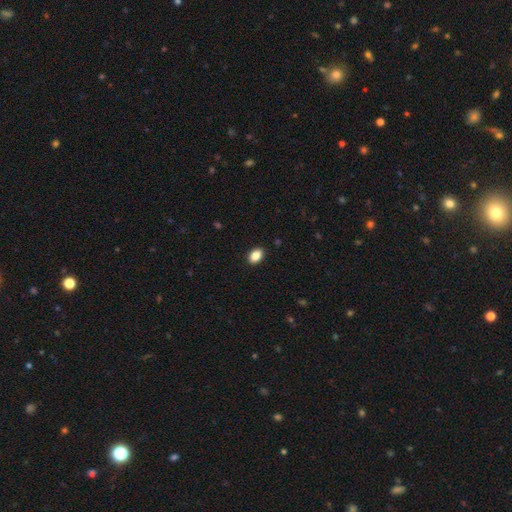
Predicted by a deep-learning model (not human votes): The model was most divided on "how rounded": in between: 86%, round: 13%, cigar-shaped: 1%. More confident: merging — none (90%); smooth or featured — smooth (88%).